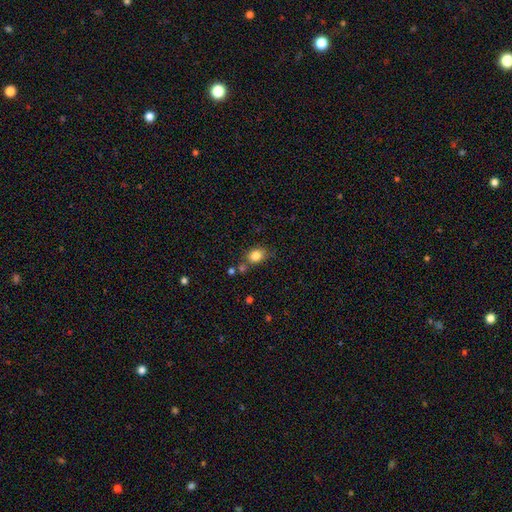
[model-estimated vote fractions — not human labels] This appears to be a smooth galaxy with no disk features (83%) that is in between round and cigar-shaped (53%). Merging: none (67%).